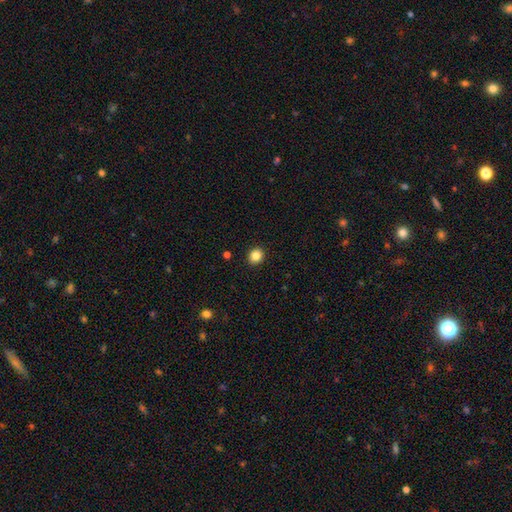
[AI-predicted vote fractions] Smooth or featured: smooth — 85% (star or artifact — 11%)
How rounded: round — 76% (in between — 23%)
Merging: none — 92% (minor disturbance — 5%)